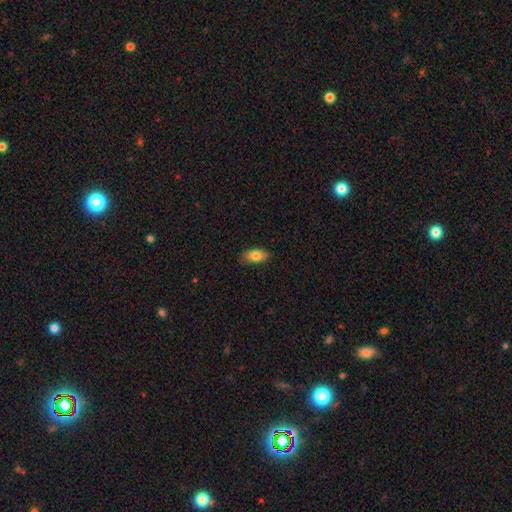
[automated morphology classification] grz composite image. It shows a smooth galaxy with no disk features (81%) that is in between round and cigar-shaped (88%). Merging: none (85%).